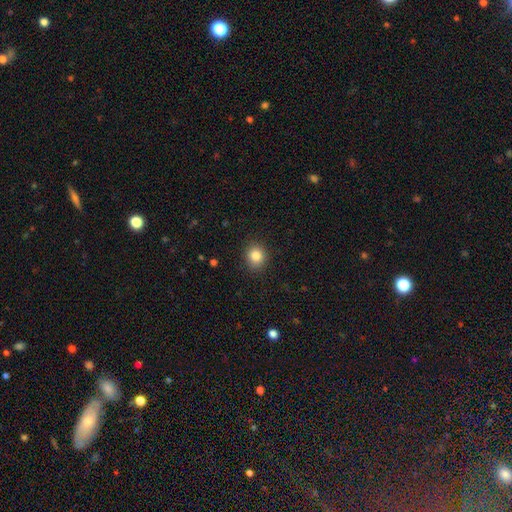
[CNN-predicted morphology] Overall: smooth (84%). How rounded: round (80%). Merging: none (90%).